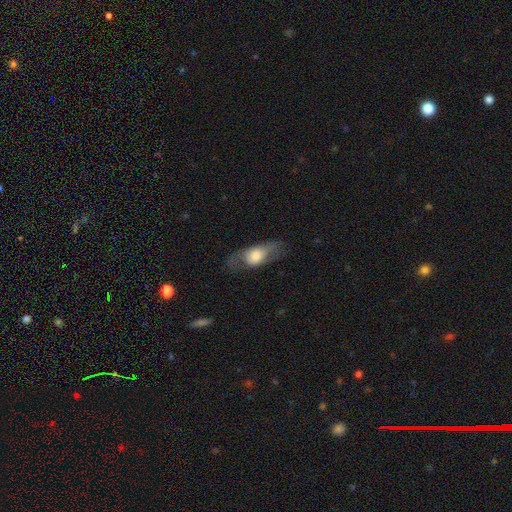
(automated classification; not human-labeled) Q: Smooth or featured?
A: smooth (51%); runner-up: featured or disk (42%)
Q: How rounded?
A: in between (74%); runner-up: cigar-shaped (13%)
Q: Merging?
A: none (59%); runner-up: minor disturbance (21%)